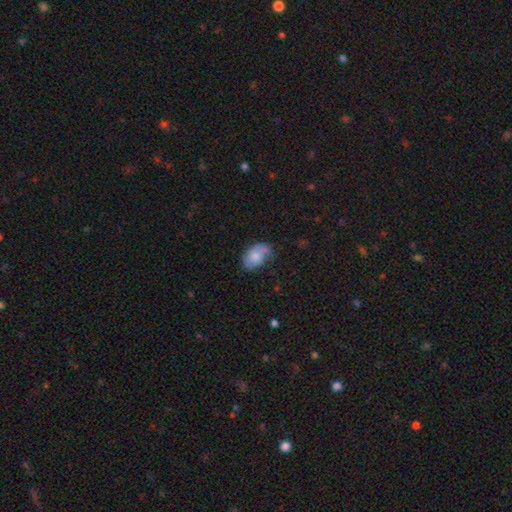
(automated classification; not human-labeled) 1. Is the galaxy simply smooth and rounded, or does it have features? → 63% smooth, 30% featured or disk, 7% star or artifact.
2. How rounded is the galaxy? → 89% in between, 10% round, 1% cigar-shaped.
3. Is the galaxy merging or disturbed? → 50% none, 33% minor disturbance, 13% major disturbance, 3% merger.